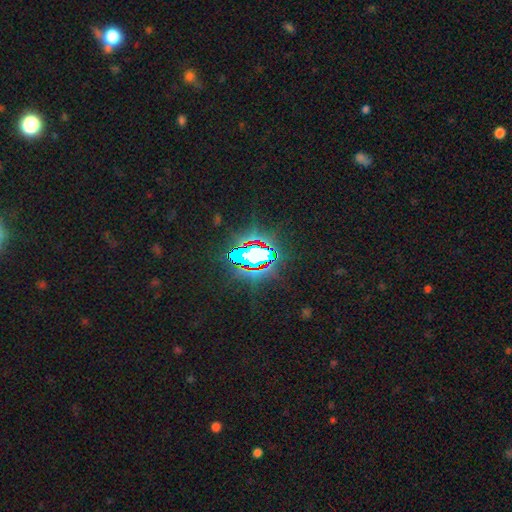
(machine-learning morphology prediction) star or artifact 71%, smooth 17%, featured or disk 12%.